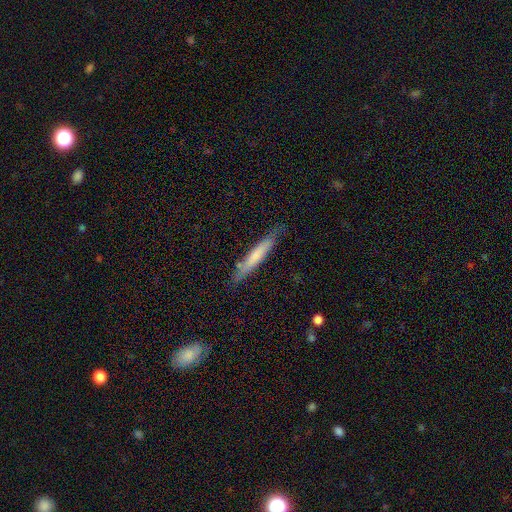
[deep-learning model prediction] Overall: smooth (62%; featured or disk 33%). How rounded: cigar-shaped (92%). Merging: none (78%).